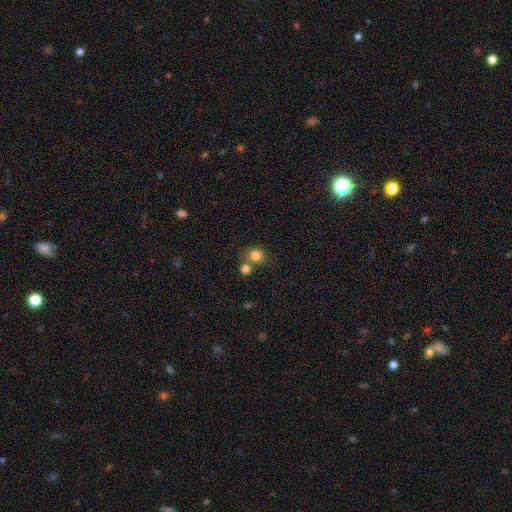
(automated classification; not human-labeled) Smooth or featured: smooth — 81% (star or artifact — 12%)
How rounded: round — 87% (in between — 12%)
Merging: none — 59% (merger — 30%)